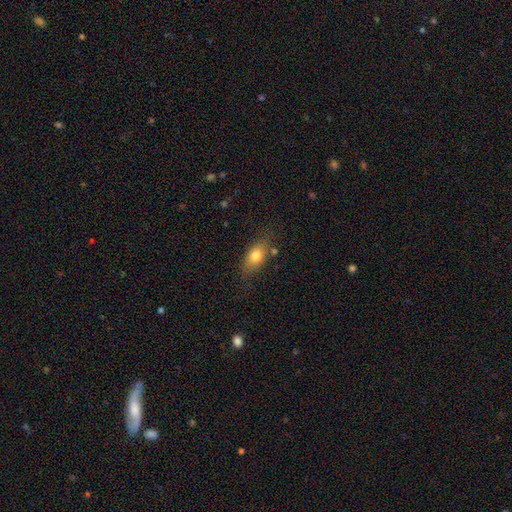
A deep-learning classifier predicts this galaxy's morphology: This is likely a smooth galaxy (76%). How rounded: clearly in between (81%). Merging: likely none (72%).